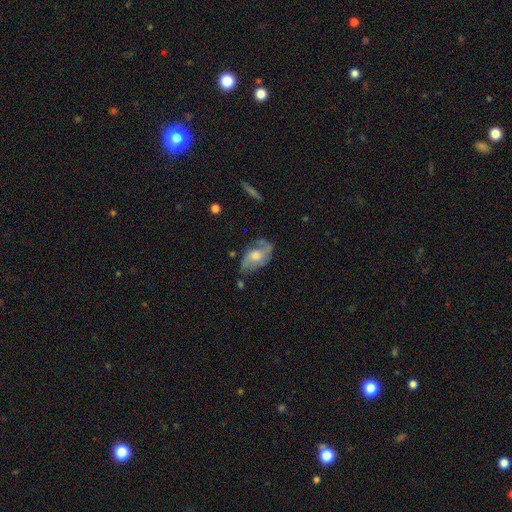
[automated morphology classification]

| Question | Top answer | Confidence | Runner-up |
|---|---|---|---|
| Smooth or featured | featured or disk | 61% | smooth (32%) |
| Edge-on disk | no | 94% | yes (6%) |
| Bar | no | 67% | weak (29%) |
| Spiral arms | yes | 77% | no (23%) |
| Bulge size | moderate | 55% | large (22%) |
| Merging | none | 50% | minor disturbance (30%) |